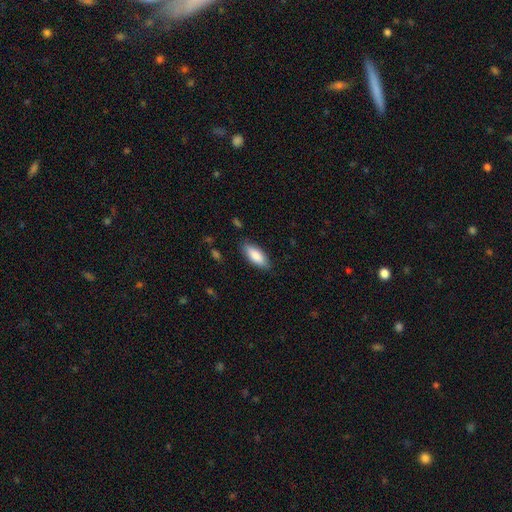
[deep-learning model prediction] A smooth galaxy with no disk features (86%) that is in between round and cigar-shaped (79%).

Vote fractions:
- Smooth or featured? smooth: 86% / featured or disk: 8% / star or artifact: 6%
- How rounded? in between: 79% / cigar-shaped: 20% / round: 2%
- Merging? none: 84% / minor disturbance: 12% / major disturbance: 3% / merger: 1%